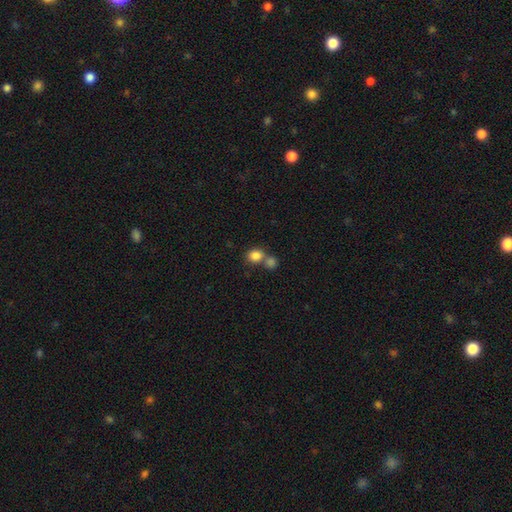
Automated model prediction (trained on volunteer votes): smooth_or_featured: smooth (p=0.84) [alt: star or artifact p=0.10]
how_rounded: round (p=0.74) [alt: in between p=0.25]
merging: none (p=0.46) [alt: merger p=0.43]